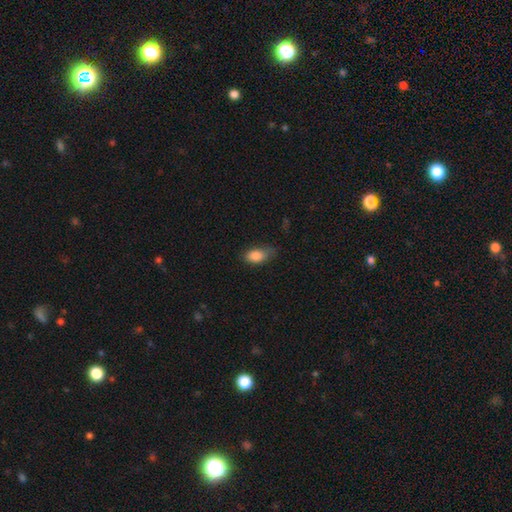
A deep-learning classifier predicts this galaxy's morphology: A smooth galaxy with no disk features (85%) that is in between round and cigar-shaped (89%).

Vote fractions:
- Smooth or featured? smooth: 85% / star or artifact: 8% / featured or disk: 7%
- How rounded? in between: 89% / round: 8% / cigar-shaped: 3%
- Merging? none: 54% / minor disturbance: 34% / major disturbance: 11% / merger: 2%